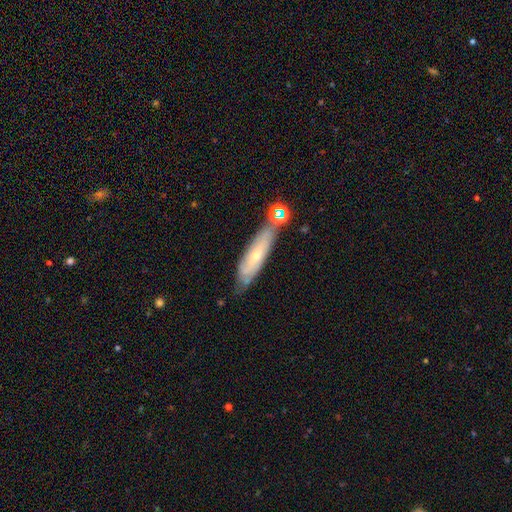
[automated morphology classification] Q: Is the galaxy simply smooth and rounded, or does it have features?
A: featured or disk — 49%.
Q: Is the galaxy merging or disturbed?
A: none — 63%.